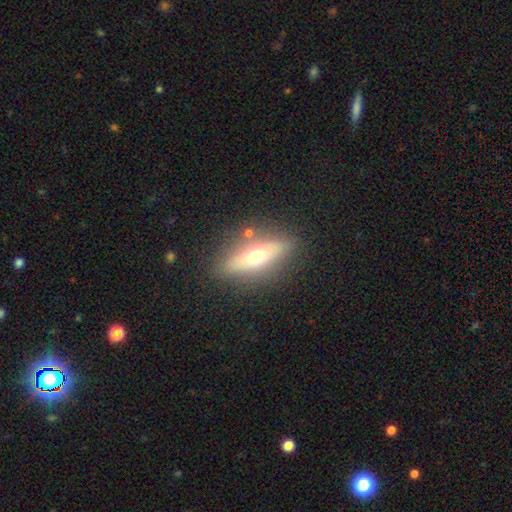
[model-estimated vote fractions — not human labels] Overall: featured or disk (49%; smooth 44%). Merging: none (82%).